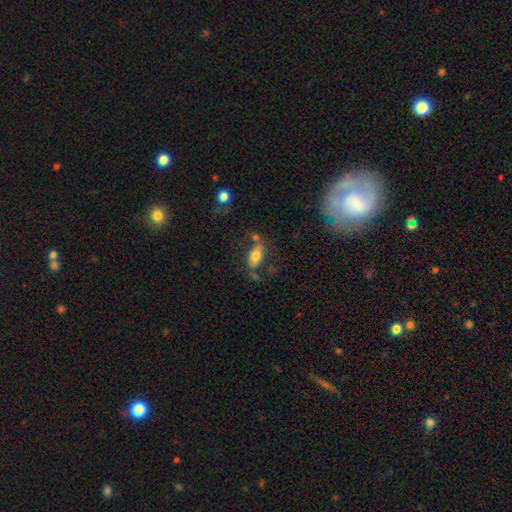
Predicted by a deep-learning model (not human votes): Overall: smooth (65%; featured or disk 27%). How rounded: in between (87%). Merging: none (58%; minor disturbance 19%).